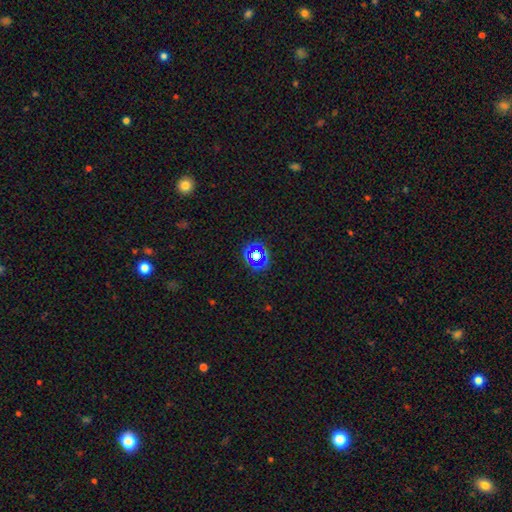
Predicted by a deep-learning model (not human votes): A star or artifact, not a galaxy (56%).

Vote fractions:
- Smooth or featured? star or artifact: 56% / smooth: 32% / featured or disk: 12%